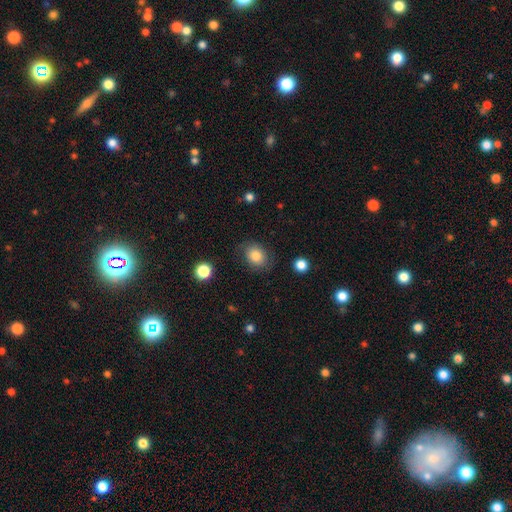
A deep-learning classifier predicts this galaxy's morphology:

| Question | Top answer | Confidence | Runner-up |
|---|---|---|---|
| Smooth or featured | smooth | 80% | featured or disk (11%) |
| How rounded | in between | 55% | round (44%) |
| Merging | none | 76% | minor disturbance (17%) |